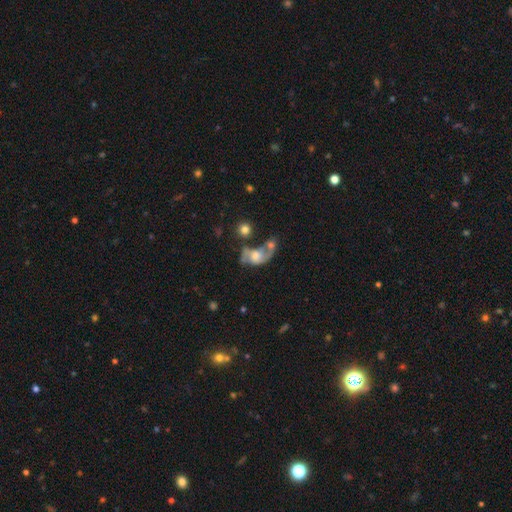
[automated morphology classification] Smooth or featured: featured or disk — 61% (smooth — 30%)
Edge-on disk: no — 96% (yes — 4%)
Bar: no — 69% (weak — 26%)
Spiral arms: yes — 75% (no — 25%)
Bulge size: moderate — 41% (large — 25%)
Merging: merger — 35% (major disturbance — 27%)